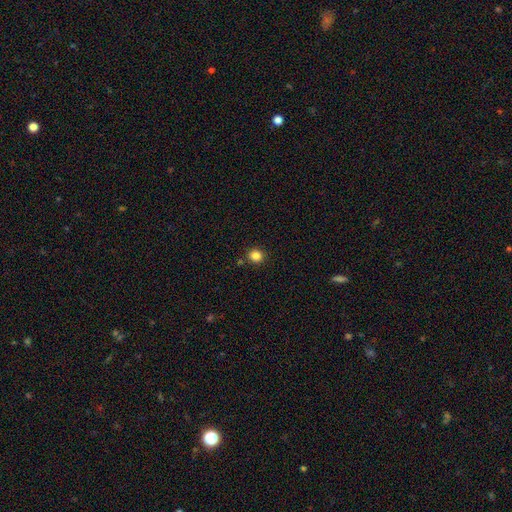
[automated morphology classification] The model was most divided on "smooth or featured": smooth: 84%, star or artifact: 12%, featured or disk: 4%. More confident: merging — none (88%); how rounded — round (86%).